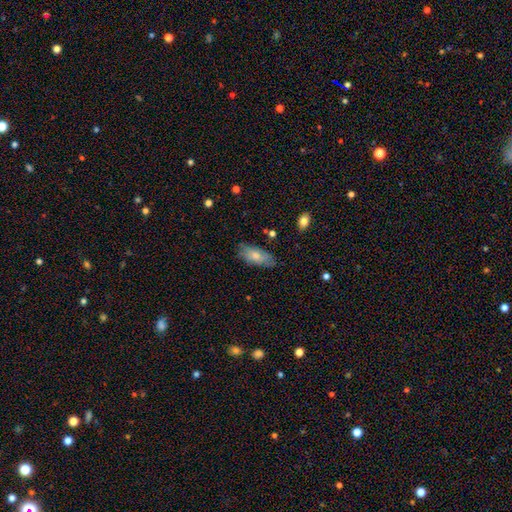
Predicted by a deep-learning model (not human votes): Smooth or featured? smooth (71%)
How rounded? in between (86%)
Merging? none (71%)